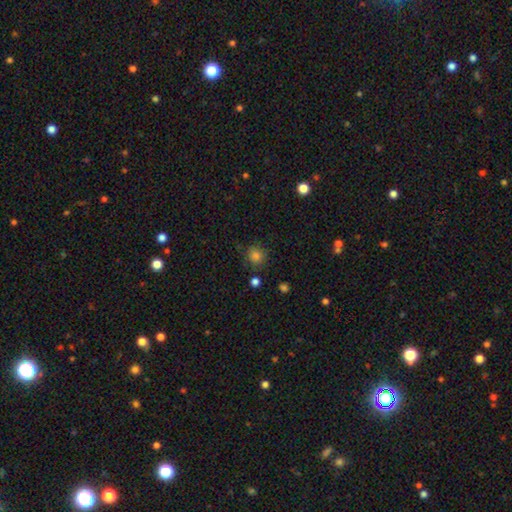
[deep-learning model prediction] Overall: smooth (82%). How rounded: round (87%). Merging: none (82%).